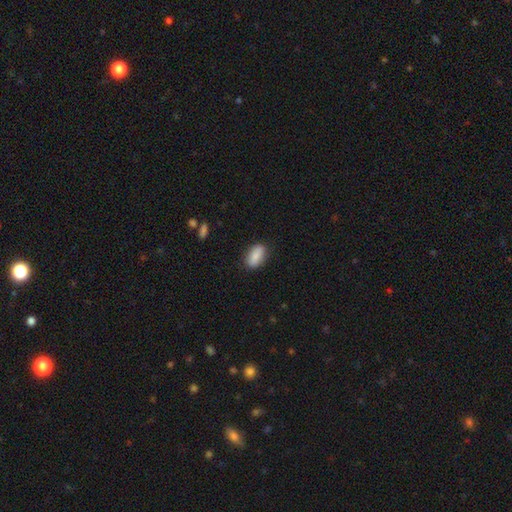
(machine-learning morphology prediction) Smooth or featured: smooth — 84% (featured or disk — 9%)
How rounded: in between — 89% (round — 6%)
Merging: none — 84% (minor disturbance — 13%)